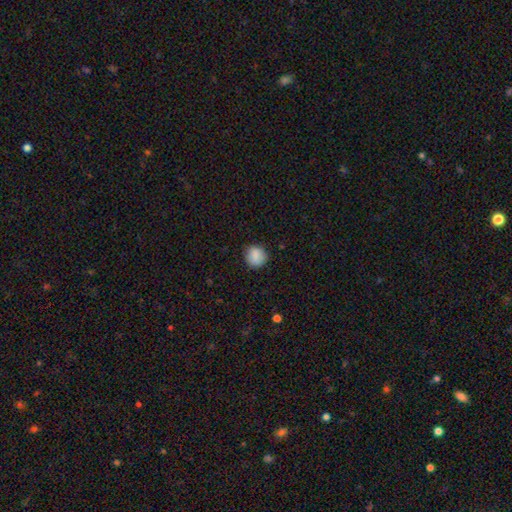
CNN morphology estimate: smooth_or_featured: smooth (p=0.88) [alt: star or artifact p=0.08]
how_rounded: round (p=0.87) [alt: in between p=0.12]
merging: none (p=0.85) [alt: minor disturbance p=0.11]